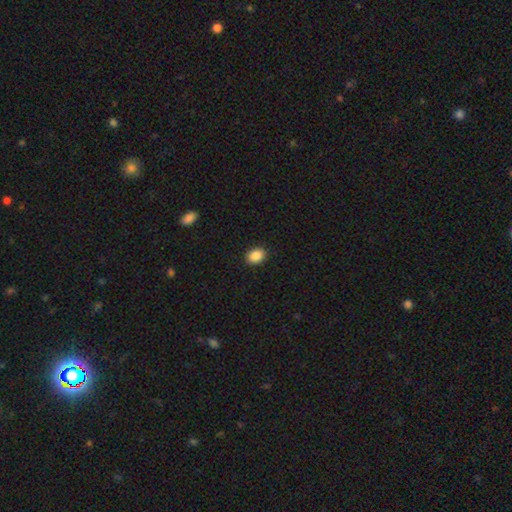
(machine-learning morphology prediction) This appears to be a smooth galaxy with no disk features (89%) that is in between round and cigar-shaped (70%). Merging: none (90%).